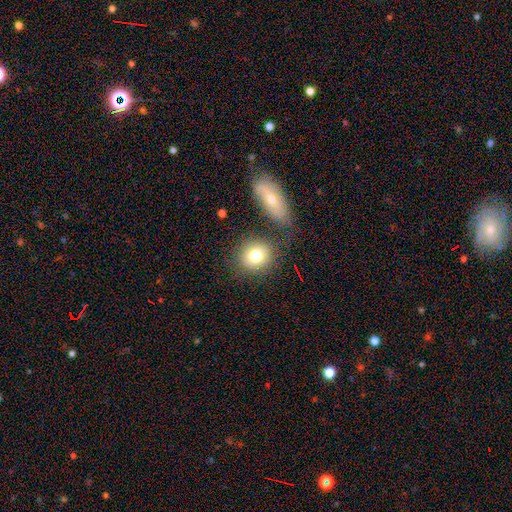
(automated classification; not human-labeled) This is likely a smooth galaxy (78%). How rounded: clearly round (81%). Merging: likely none (75%).